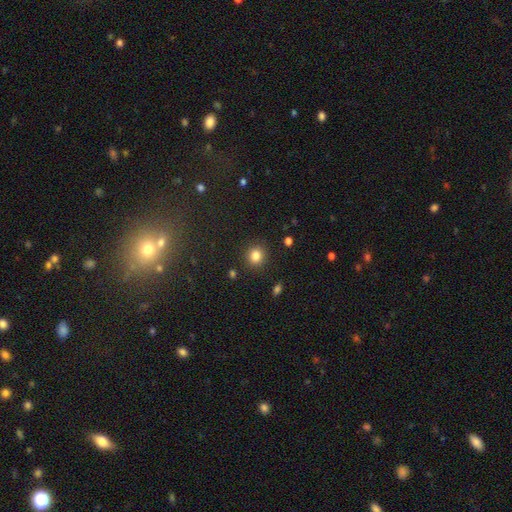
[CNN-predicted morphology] The model was most divided on "smooth or featured": smooth: 83%, star or artifact: 12%, featured or disk: 5%. More confident: merging — none (89%); how rounded — round (85%).